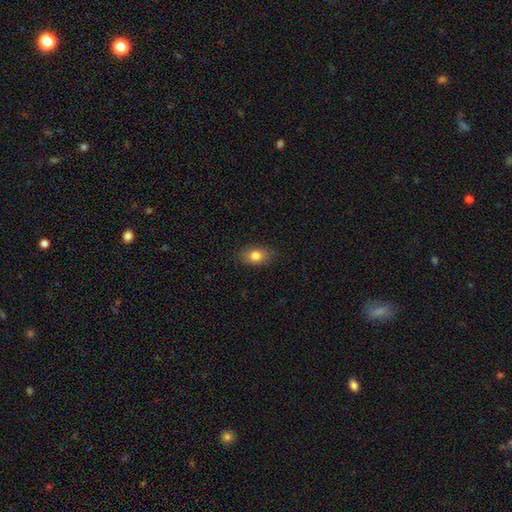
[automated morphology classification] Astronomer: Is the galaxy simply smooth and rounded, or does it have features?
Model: smooth — 80%.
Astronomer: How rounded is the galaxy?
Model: in between — 83%.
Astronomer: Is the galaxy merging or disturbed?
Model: none — 86%.